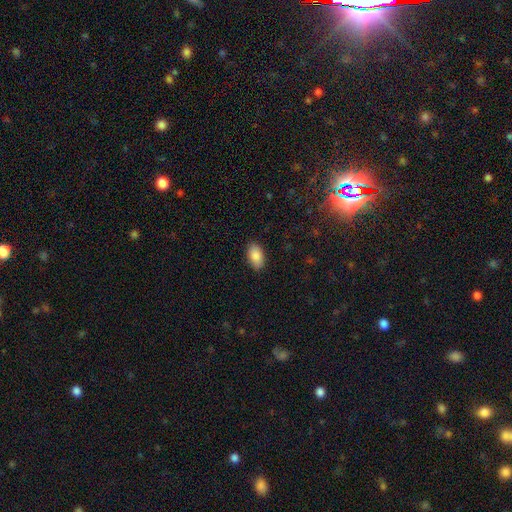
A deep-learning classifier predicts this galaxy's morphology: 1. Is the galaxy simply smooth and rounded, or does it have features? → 88% smooth, 7% star or artifact, 5% featured or disk.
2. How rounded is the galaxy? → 94% in between, 4% round, 2% cigar-shaped.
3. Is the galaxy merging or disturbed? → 88% none, 9% minor disturbance, 2% major disturbance, 1% merger.